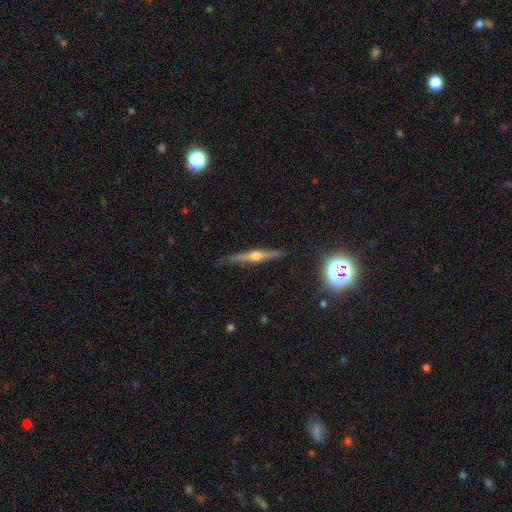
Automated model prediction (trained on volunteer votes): smooth_or_featured: featured or disk (p=0.73) [alt: smooth p=0.19]
disk_edge_on: yes (p=0.97) [alt: no p=0.03]
edge_on_bulge: rounded (p=0.92) [alt: none p=0.04]
merging: none (p=0.86) [alt: minor disturbance p=0.11]